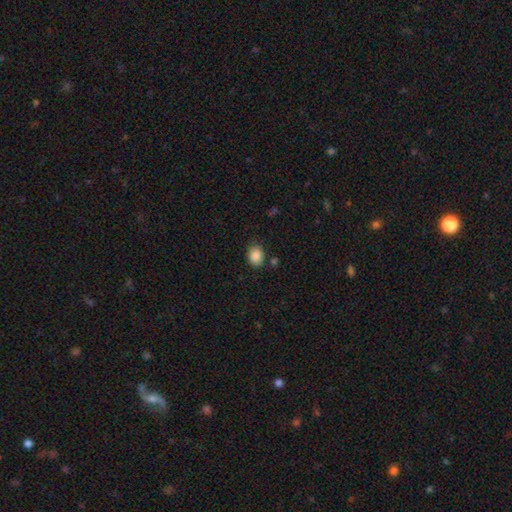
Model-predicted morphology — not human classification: The model was most divided on "how rounded": in between: 61%, round: 38%, cigar-shaped: 1%. More confident: smooth or featured — smooth (88%); merging — none (76%).